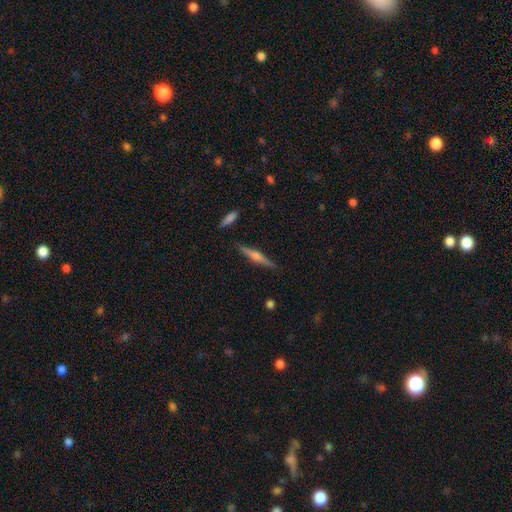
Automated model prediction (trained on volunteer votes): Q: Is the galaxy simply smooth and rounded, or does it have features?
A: featured or disk — 70%.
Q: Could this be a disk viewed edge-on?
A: yes — 98%.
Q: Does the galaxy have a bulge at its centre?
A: rounded — 86%.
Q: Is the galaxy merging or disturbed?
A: none — 90%.